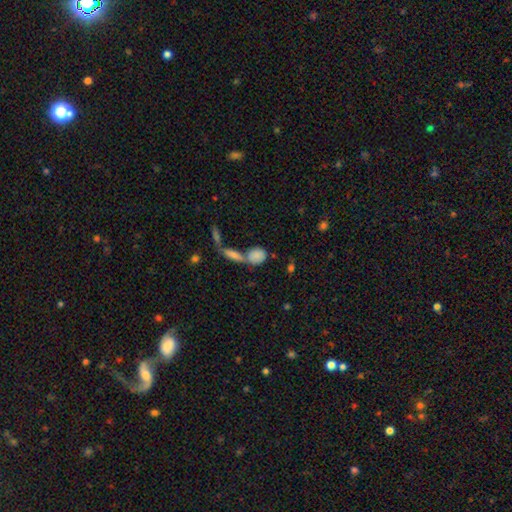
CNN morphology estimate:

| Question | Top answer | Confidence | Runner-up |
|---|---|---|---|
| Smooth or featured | smooth | 81% | featured or disk (10%) |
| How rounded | round | 47% | in between (46%) |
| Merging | merger | 44% | none (41%) |